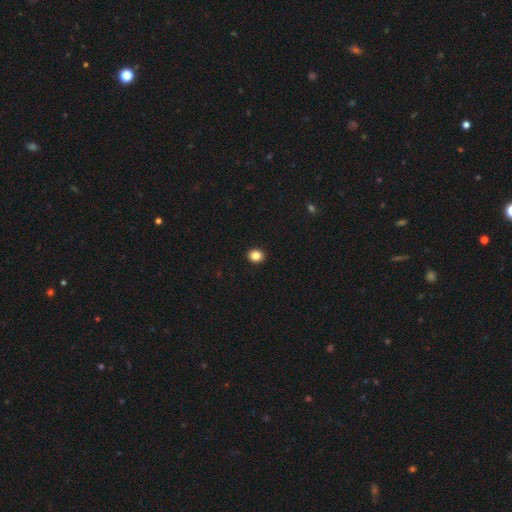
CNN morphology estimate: A smooth galaxy with no disk features (85%) that is round (71%). Merging: none (93%).